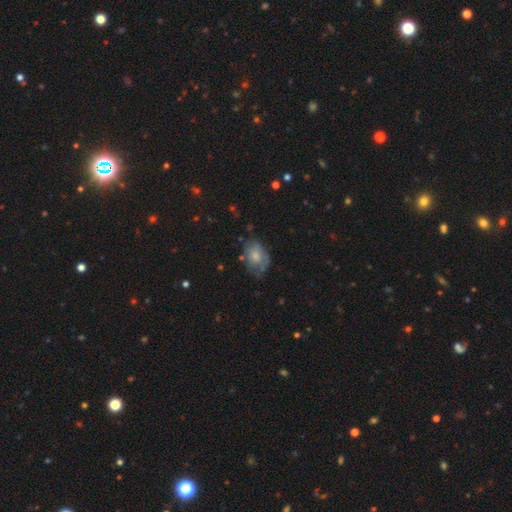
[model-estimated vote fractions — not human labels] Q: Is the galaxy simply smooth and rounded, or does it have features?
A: smooth — 66%.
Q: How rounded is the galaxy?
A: in between — 78%.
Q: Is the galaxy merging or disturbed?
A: none — 55%.